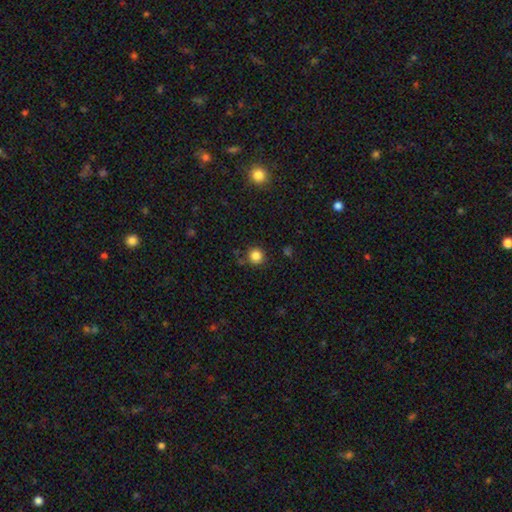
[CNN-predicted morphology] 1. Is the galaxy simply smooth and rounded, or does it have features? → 84% smooth, 12% star or artifact, 4% featured or disk.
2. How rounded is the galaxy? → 94% round, 5% in between, 1% cigar-shaped.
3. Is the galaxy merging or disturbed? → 84% none, 9% minor disturbance, 3% merger, 3% major disturbance.